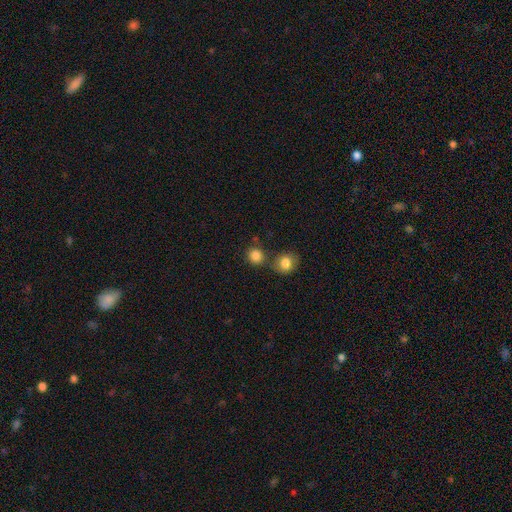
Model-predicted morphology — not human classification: smooth 85%, star or artifact 10%, featured or disk 5%. Down the decision tree: how rounded — round (88%); merging — none (65%).